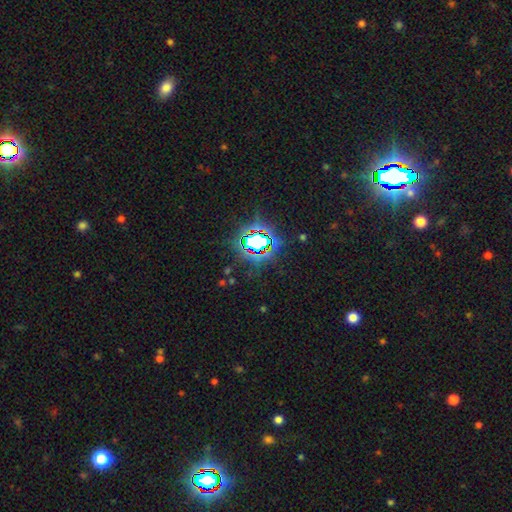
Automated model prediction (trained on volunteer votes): Overall: star or artifact (84%).